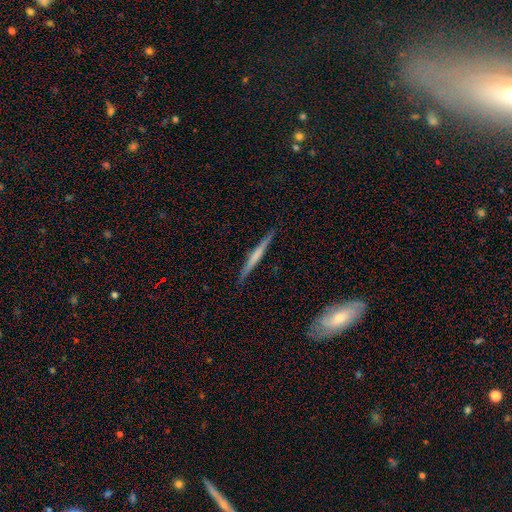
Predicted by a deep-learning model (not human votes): Q: Smooth or featured?
A: featured or disk (57%); runner-up: smooth (38%)
Q: Edge-on disk?
A: yes (97%); runner-up: no (3%)
Q: Edge-on bulge?
A: none (55%); runner-up: rounded (26%)
Q: Merging?
A: none (90%); runner-up: minor disturbance (7%)